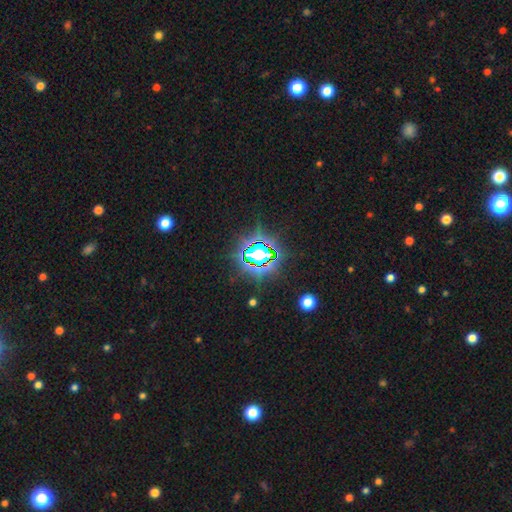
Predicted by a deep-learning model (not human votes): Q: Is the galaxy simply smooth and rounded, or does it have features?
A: star or artifact — 78%.